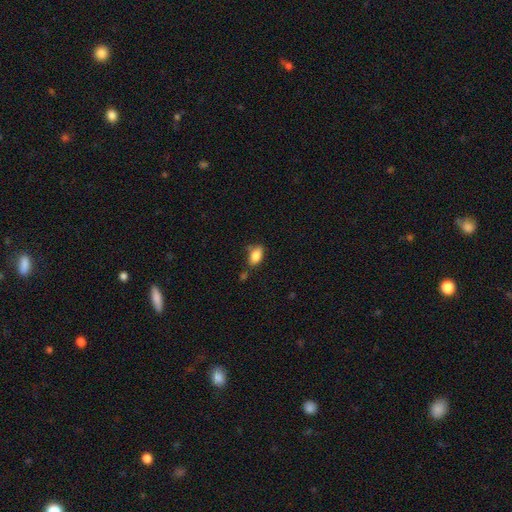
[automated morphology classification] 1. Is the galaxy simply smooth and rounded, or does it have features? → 83% smooth, 9% featured or disk, 8% star or artifact.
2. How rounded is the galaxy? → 88% in between, 8% round, 4% cigar-shaped.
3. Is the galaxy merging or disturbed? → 62% none, 24% minor disturbance, 8% merger, 6% major disturbance.